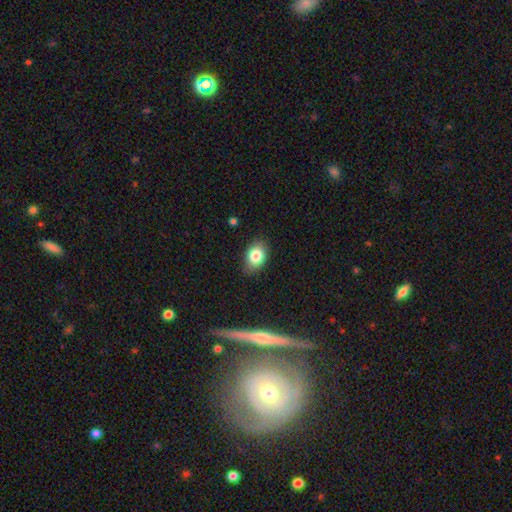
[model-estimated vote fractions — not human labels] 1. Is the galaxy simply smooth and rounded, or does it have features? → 81% smooth, 10% star or artifact, 9% featured or disk.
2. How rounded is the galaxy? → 72% in between, 27% round, 1% cigar-shaped.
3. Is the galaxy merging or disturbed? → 81% none, 15% minor disturbance, 3% major disturbance, 1% merger.